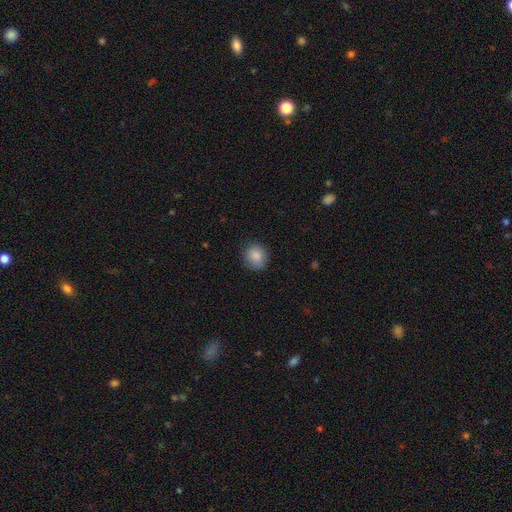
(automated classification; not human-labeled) Smooth or featured? smooth (87%)
How rounded? round (80%)
Merging? none (85%)